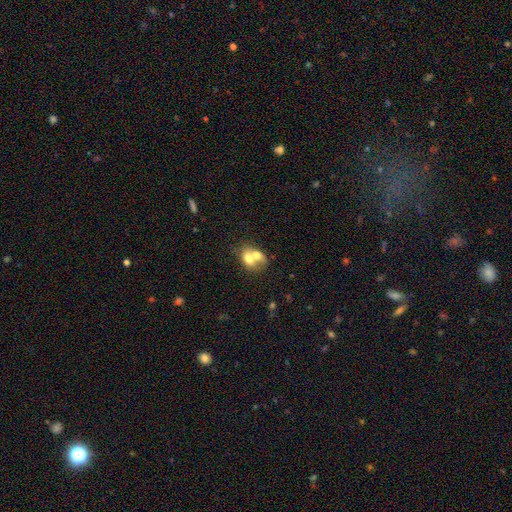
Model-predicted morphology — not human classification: smooth-or-featured: smooth: 65% | featured or disk: 26% | star or artifact: 9%
  how-rounded: in between: 61% | round: 38% | cigar-shaped: 1%
  merging: merger: 71% | none: 19% | minor disturbance: 6% | major disturbance: 4%